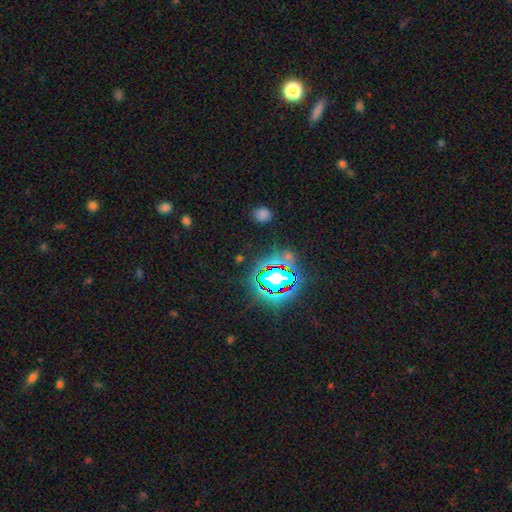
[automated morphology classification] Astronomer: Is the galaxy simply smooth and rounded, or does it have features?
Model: star or artifact — 78%.